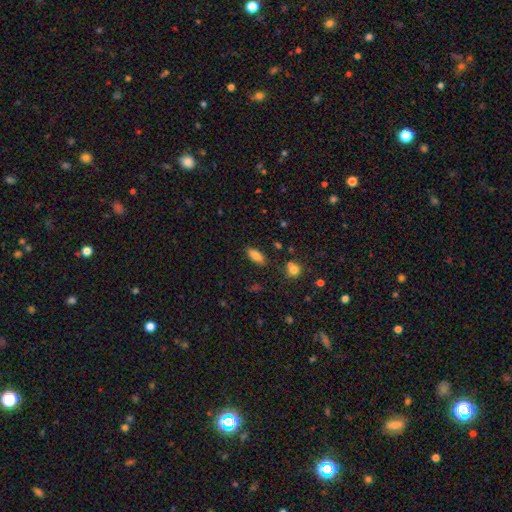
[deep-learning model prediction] The model was most divided on "how rounded": in between: 80%, cigar-shaped: 17%, round: 3%. More confident: merging — none (83%); smooth or featured — smooth (80%).